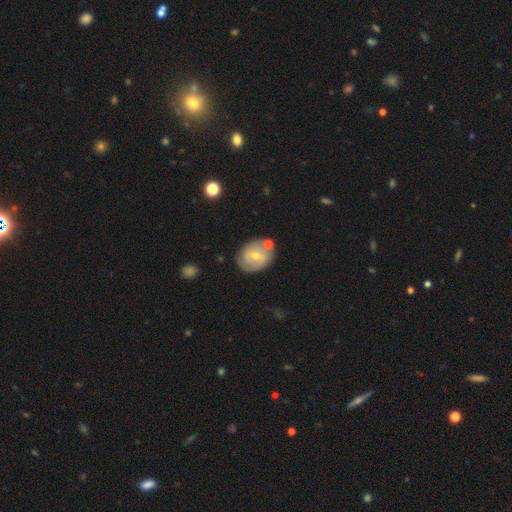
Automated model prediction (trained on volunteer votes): Smooth or featured?
  - featured or disk: 54% *
  - smooth: 39%
  - star or artifact: 7%
Edge-on disk?
  - no: 95% *
  - yes: 5%
Bar?
  - no: 53% *
  - weak: 39%
  - strong: 8%
Spiral arms?
  - yes: 68% *
  - no: 32%
Bulge size?
  - moderate: 52% *
  - small: 44%
  - large: 2%
  - none: 1%
  - dominant: 1%
Merging?
  - none: 67% *
  - minor disturbance: 19%
  - merger: 10%
  - major disturbance: 5%